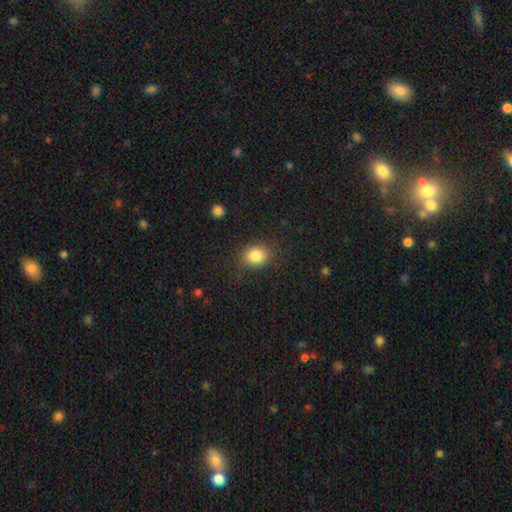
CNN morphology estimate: Smooth or featured: smooth — 84% (star or artifact — 10%)
How rounded: round — 58% (in between — 41%)
Merging: none — 83% (minor disturbance — 11%)